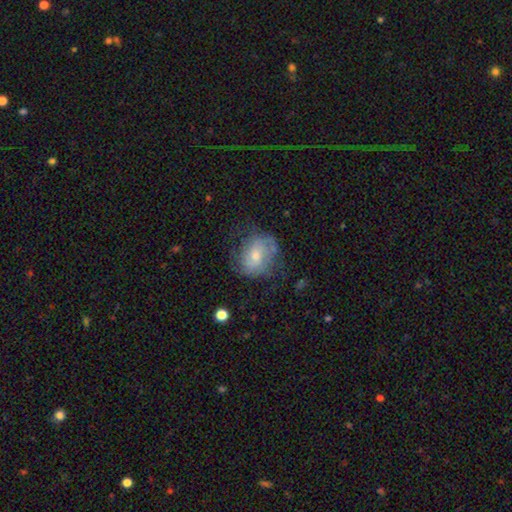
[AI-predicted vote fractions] This appears to be a featured or disk galaxy (48%). Merging: none (54%).